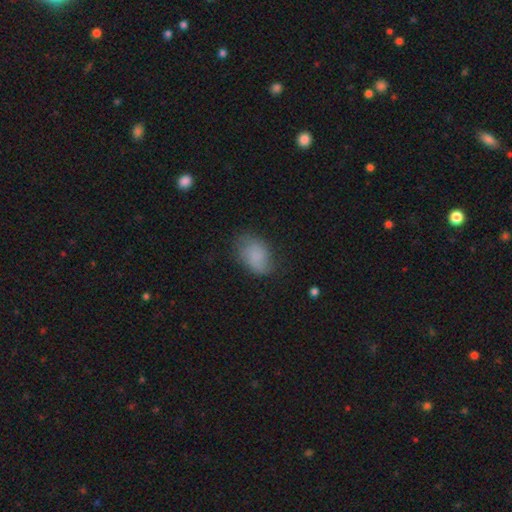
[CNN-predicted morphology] smooth_or_featured: smooth (p=0.77) [alt: featured or disk p=0.15]
how_rounded: in between (p=0.85) [alt: round p=0.14]
merging: none (p=0.64) [alt: minor disturbance p=0.26]